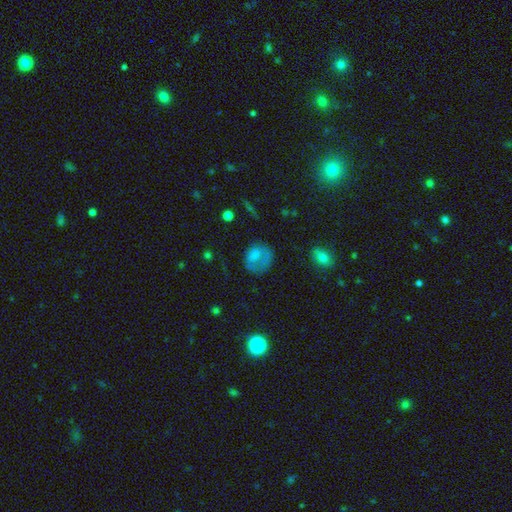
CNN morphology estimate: Q: Smooth or featured?
A: smooth (70%); runner-up: featured or disk (20%)
Q: How rounded?
A: round (65%); runner-up: in between (34%)
Q: Merging?
A: none (47%); runner-up: minor disturbance (26%)